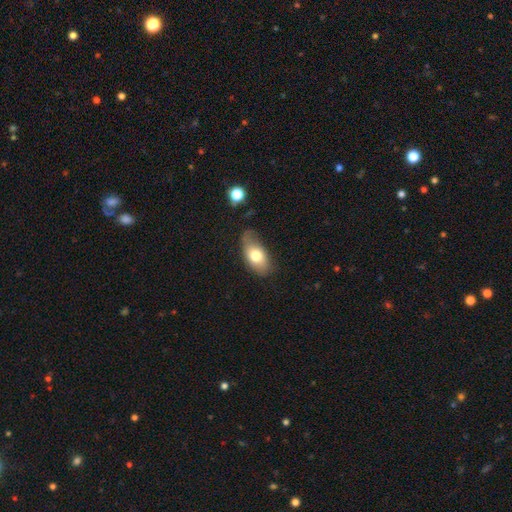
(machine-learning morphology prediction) smooth_or_featured: smooth (p=0.72) [alt: featured or disk p=0.20]
how_rounded: in between (p=0.91) [alt: round p=0.06]
merging: none (p=0.52) [alt: minor disturbance p=0.33]